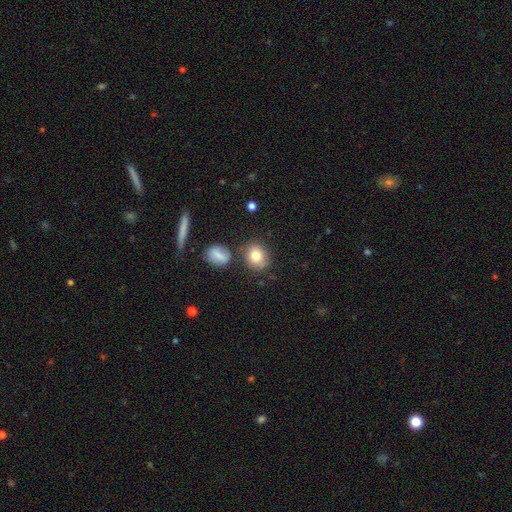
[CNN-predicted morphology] smooth_or_featured: smooth (p=0.80) [alt: featured or disk p=0.10]
how_rounded: round (p=0.69) [alt: in between p=0.30]
merging: none (p=0.75) [alt: minor disturbance p=0.13]